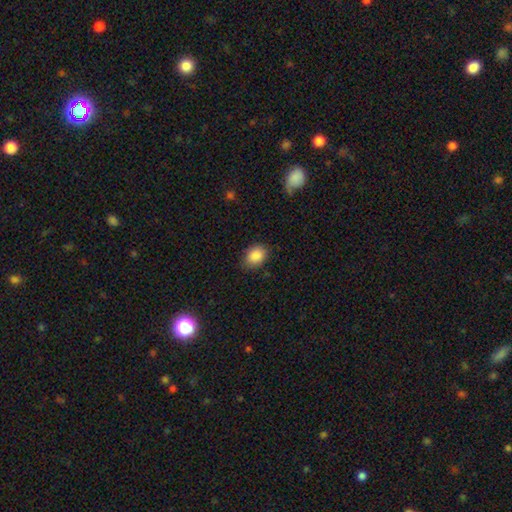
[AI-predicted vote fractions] Smooth or featured? smooth (88%)
How rounded? in between (67%)
Merging? none (82%)